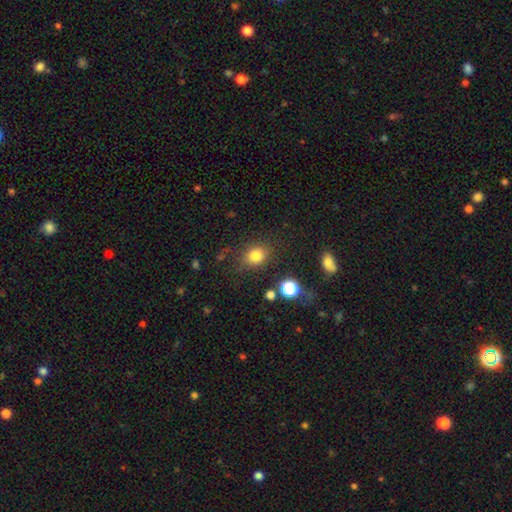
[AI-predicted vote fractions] Q: Smooth or featured?
A: smooth (79%); runner-up: star or artifact (14%)
Q: How rounded?
A: round (59%); runner-up: in between (40%)
Q: Merging?
A: none (76%); runner-up: minor disturbance (14%)